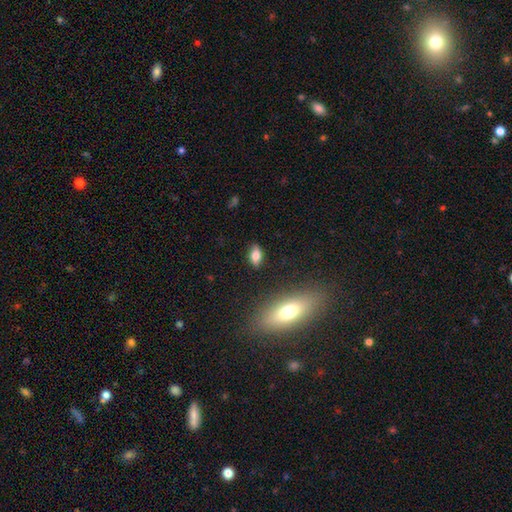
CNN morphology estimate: smooth-or-featured: smooth: 75% | featured or disk: 16% | star or artifact: 9%
  how-rounded: in between: 84% | cigar-shaped: 8% | round: 7%
  merging: none: 84% | minor disturbance: 11% | major disturbance: 3% | merger: 2%